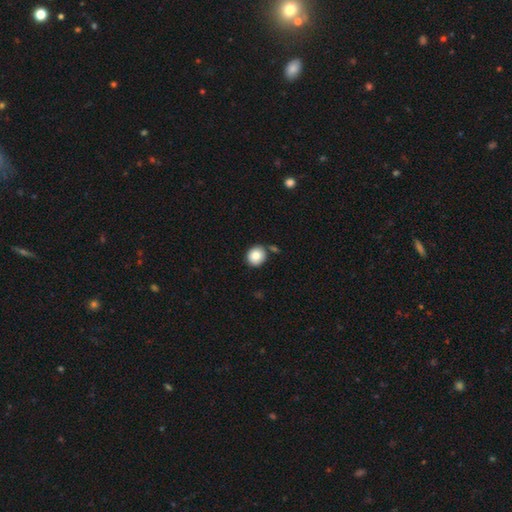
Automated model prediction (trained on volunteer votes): Smooth or featured? smooth (83%)
How rounded? round (88%)
Merging? none (80%)